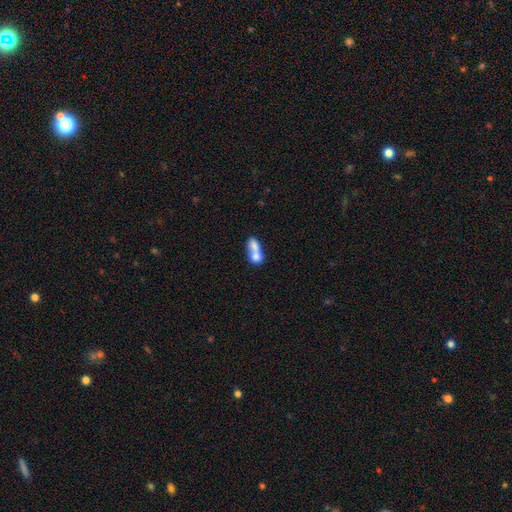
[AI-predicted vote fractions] A smooth galaxy with no disk features (69%) that is in between round and cigar-shaped (62%). Merging: merger (73%).